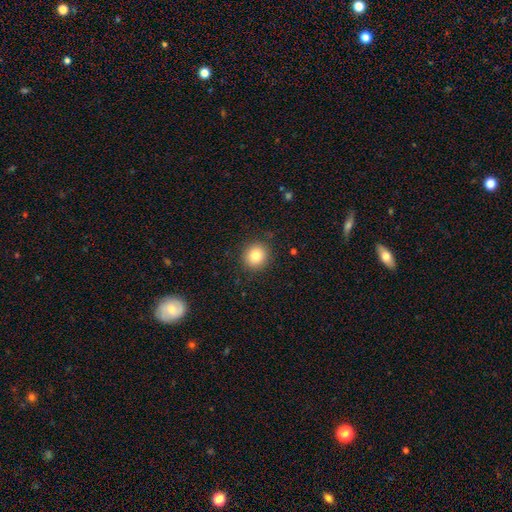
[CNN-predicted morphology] This is clearly a smooth galaxy (81%). How rounded: clearly round (88%). Merging: clearly none (89%).